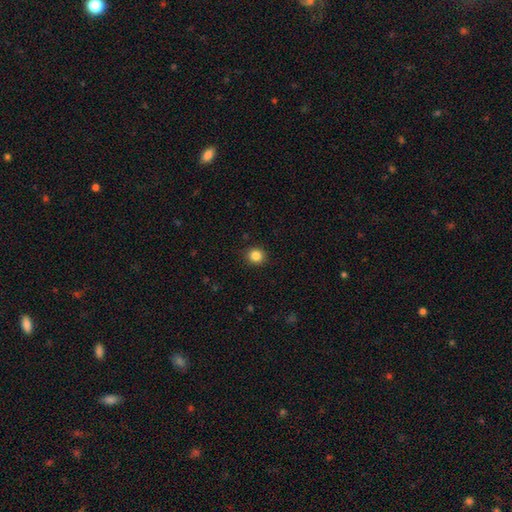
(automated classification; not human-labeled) Q: Smooth or featured?
A: smooth (85%); runner-up: star or artifact (11%)
Q: How rounded?
A: round (87%); runner-up: in between (12%)
Q: Merging?
A: none (91%); runner-up: minor disturbance (6%)